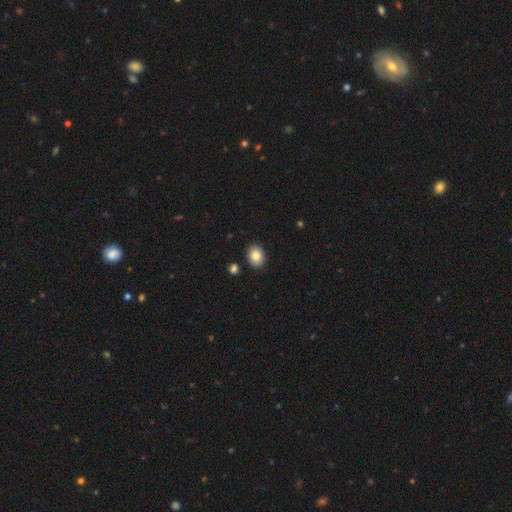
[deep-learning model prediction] The model was most divided on "how rounded": in between: 61%, round: 38%, cigar-shaped: 1%. More confident: merging — none (88%); smooth or featured — smooth (86%).